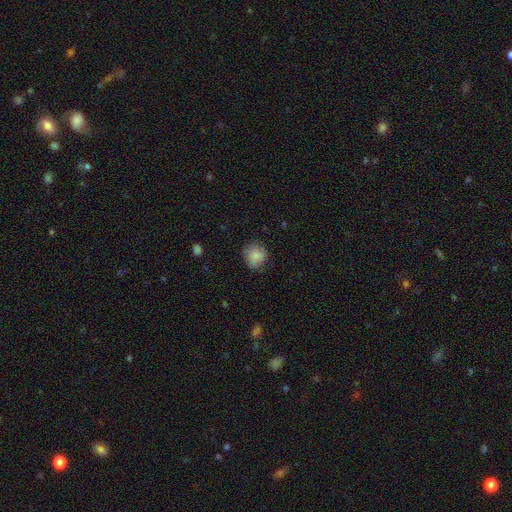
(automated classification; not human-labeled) Smooth or featured: smooth — 85% (star or artifact — 8%)
How rounded: round — 82% (in between — 17%)
Merging: none — 76% (minor disturbance — 18%)